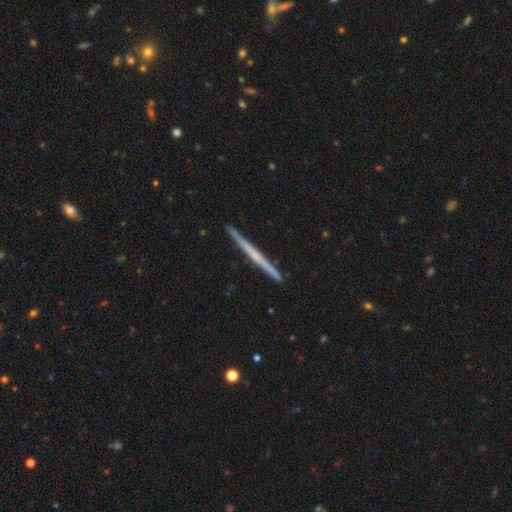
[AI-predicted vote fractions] Smooth or featured? Predicted: featured or disk (p=0.64). Edge-on disk? Predicted: yes (p=0.98). Edge-on bulge? Predicted: none (p=0.74). Merging? Predicted: none (p=0.92).